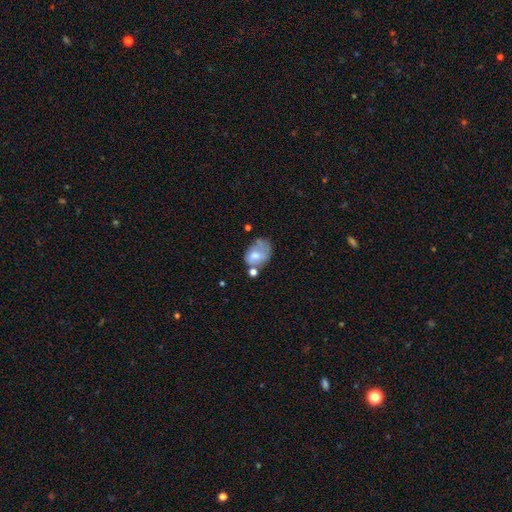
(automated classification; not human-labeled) The model was most divided on "merging": none: 34%, minor disturbance: 28%, merger: 20%, major disturbance: 19%. More confident: how rounded — in between (76%); smooth or featured — smooth (61%).